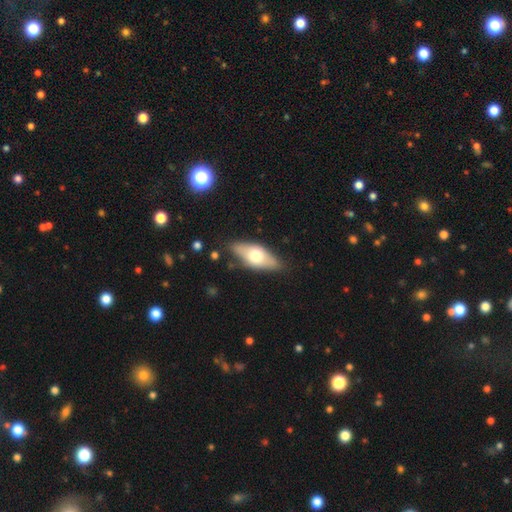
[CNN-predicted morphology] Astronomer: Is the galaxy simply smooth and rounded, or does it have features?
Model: smooth — 57% (runner-up: featured or disk, 37%).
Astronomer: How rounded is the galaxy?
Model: in between — 78%.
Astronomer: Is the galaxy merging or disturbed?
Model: none — 78%.